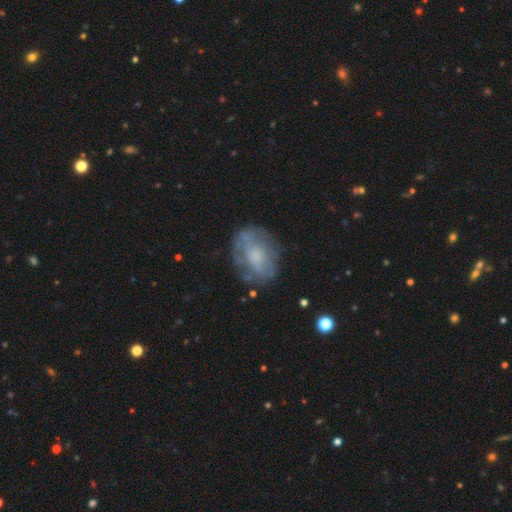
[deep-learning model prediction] This appears to be a featured or disk galaxy (54%) with no bar (76%), no spiral arms (54%) and a moderate central bulge (33%). Merging: none (66%).